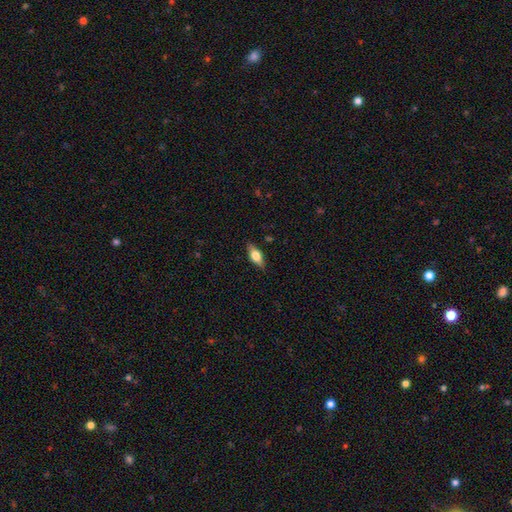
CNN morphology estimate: Q: Smooth or featured?
A: smooth (56%); runner-up: featured or disk (37%)
Q: How rounded?
A: in between (71%); runner-up: cigar-shaped (26%)
Q: Merging?
A: none (86%); runner-up: minor disturbance (11%)